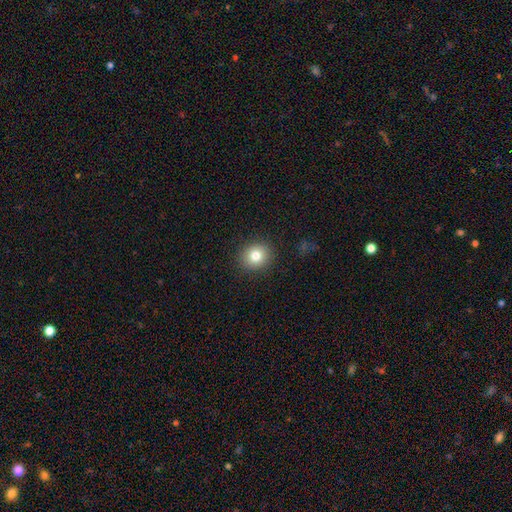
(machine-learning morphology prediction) Q: Smooth or featured?
A: smooth (80%); runner-up: star or artifact (11%)
Q: How rounded?
A: round (80%); runner-up: in between (20%)
Q: Merging?
A: none (90%); runner-up: minor disturbance (7%)